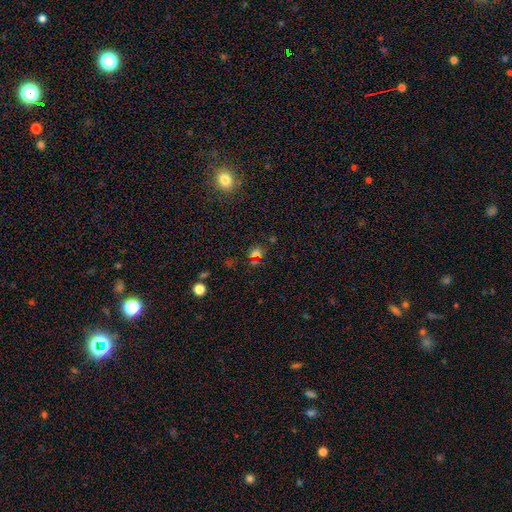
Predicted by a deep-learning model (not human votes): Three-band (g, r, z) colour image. It shows a smooth galaxy with no disk features (53%) that is round (65%). Merging: none (75%).